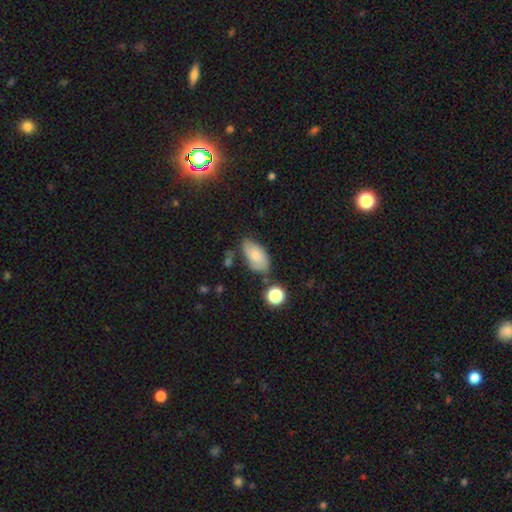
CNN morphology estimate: smooth-or-featured: smooth: 72% | featured or disk: 19% | star or artifact: 9%
  how-rounded: in between: 92% | round: 5% | cigar-shaped: 3%
  merging: none: 58% | minor disturbance: 29% | major disturbance: 7% | merger: 7%